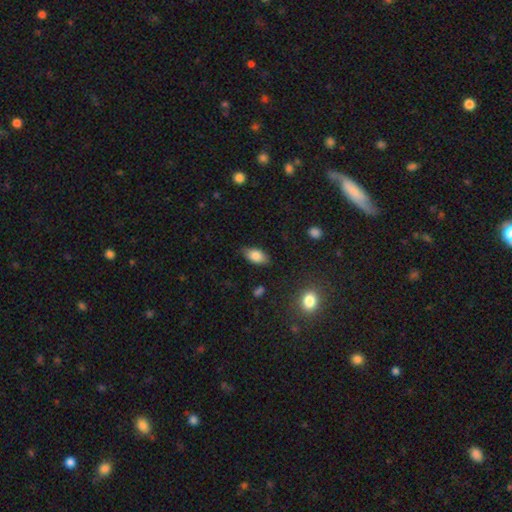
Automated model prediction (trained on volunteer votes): A smooth galaxy with no disk features (81%) that is in between round and cigar-shaped (90%). Merging: none (83%).